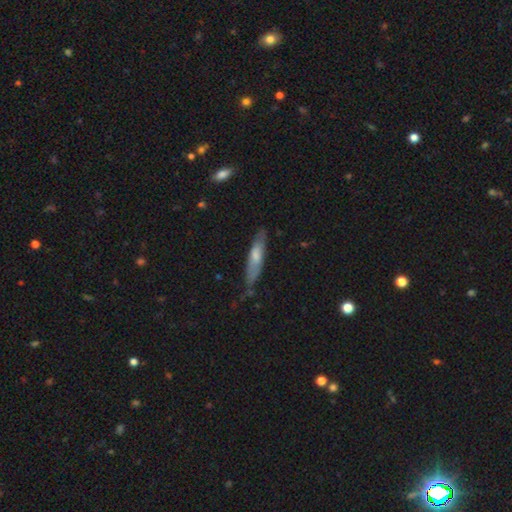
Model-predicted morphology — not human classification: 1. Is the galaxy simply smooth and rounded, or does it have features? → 57% smooth, 37% featured or disk, 6% star or artifact.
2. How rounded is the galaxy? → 81% cigar-shaped, 18% in between, 2% round.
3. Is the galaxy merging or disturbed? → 70% none, 23% minor disturbance, 5% major disturbance, 2% merger.